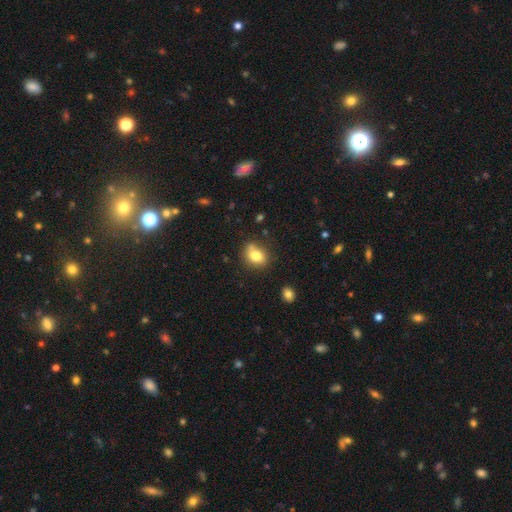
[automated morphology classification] smooth 79%, featured or disk 10%, star or artifact 10%. Down the decision tree: how rounded — in between (52%); merging — none (66%).